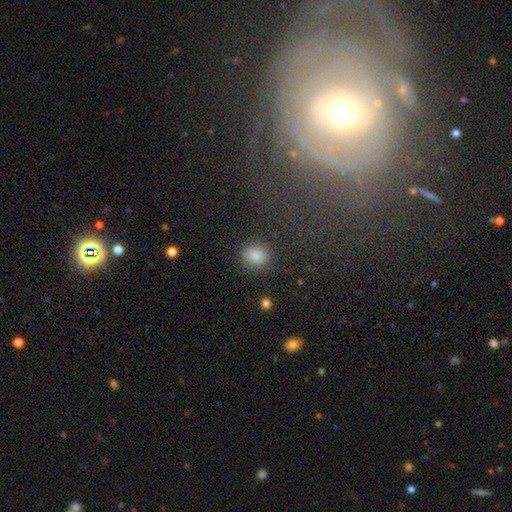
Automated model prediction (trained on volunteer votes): Q: Smooth or featured?
A: smooth (84%); runner-up: star or artifact (11%)
Q: How rounded?
A: round (75%); runner-up: in between (23%)
Q: Merging?
A: none (82%); runner-up: minor disturbance (11%)